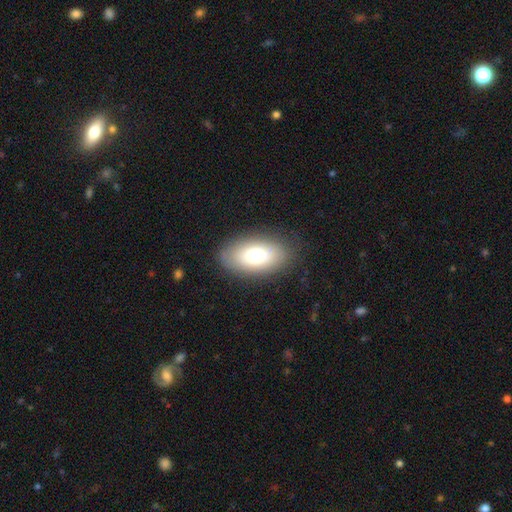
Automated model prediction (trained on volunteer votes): Morphology: type=smooth (73%); roundness=in between (91%); merging=none (84%).